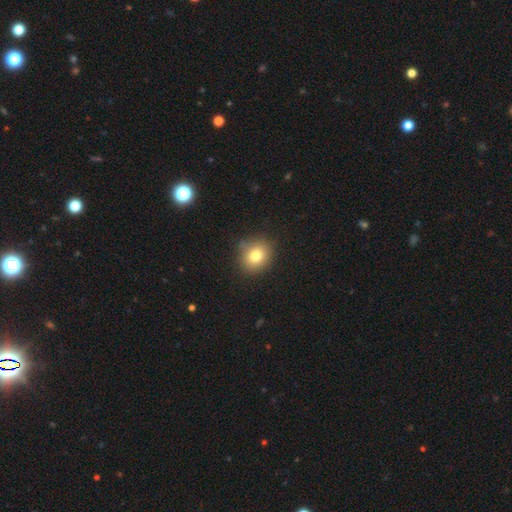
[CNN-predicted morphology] Q: Smooth or featured?
A: smooth (77%); runner-up: star or artifact (12%)
Q: How rounded?
A: round (74%); runner-up: in between (25%)
Q: Merging?
A: none (84%); runner-up: minor disturbance (11%)